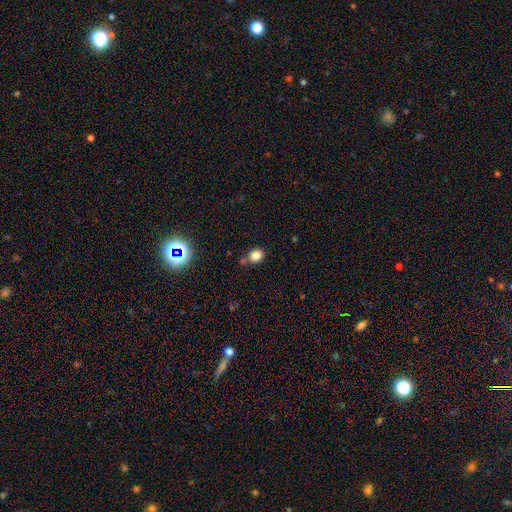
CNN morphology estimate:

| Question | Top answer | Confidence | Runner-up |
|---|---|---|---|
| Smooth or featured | smooth | 82% | star or artifact (13%) |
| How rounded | in between | 55% | round (44%) |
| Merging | none | 70% | minor disturbance (14%) |